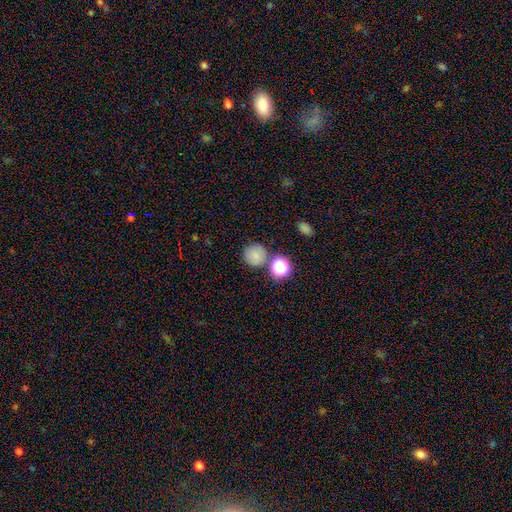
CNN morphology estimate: Overall: smooth (76%). How rounded: round (91%). Merging: none (72%).